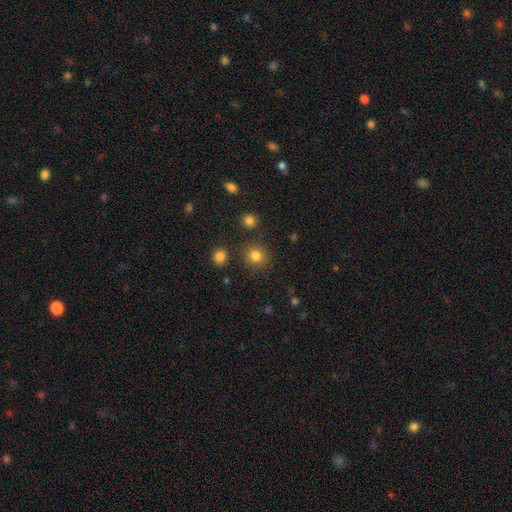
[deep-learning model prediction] This is clearly a smooth galaxy (82%). How rounded: clearly round (89%). Merging: clearly none (85%).